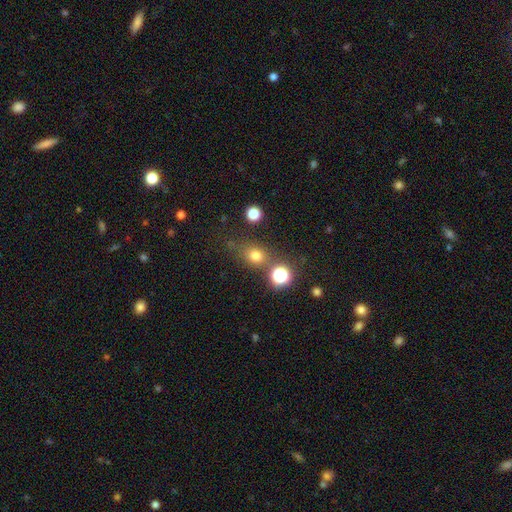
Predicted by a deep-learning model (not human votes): Smooth or featured? smooth (72%)
How rounded? round (66%)
Merging? none (69%)